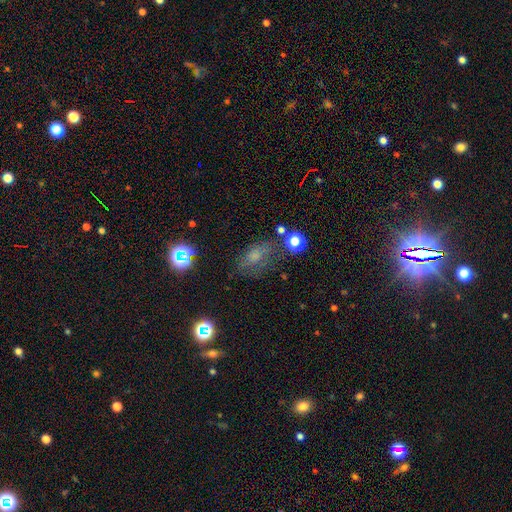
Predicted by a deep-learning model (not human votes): smooth 53%, featured or disk 24%, star or artifact 23%. Down the decision tree: how rounded — in between (76%); merging — none (55%).